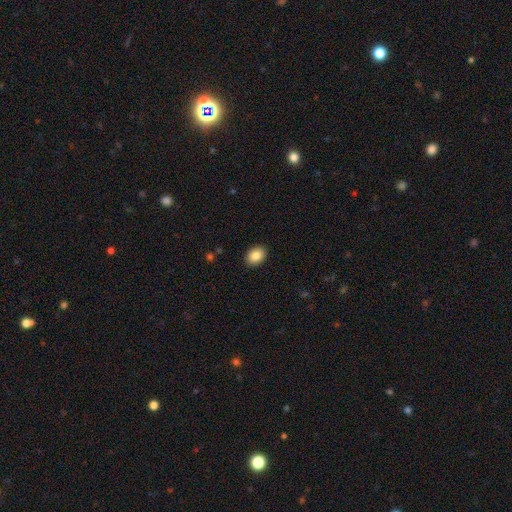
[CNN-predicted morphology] Overall: smooth (87%). How rounded: in between (68%; round 31%). Merging: none (90%).